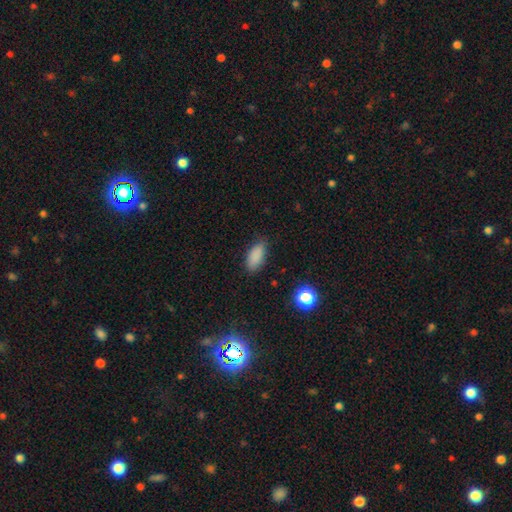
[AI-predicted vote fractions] The model was most divided on "merging": none: 79%, minor disturbance: 16%, major disturbance: 4%, merger: 1%. More confident: how rounded — in between (88%); smooth or featured — smooth (86%).